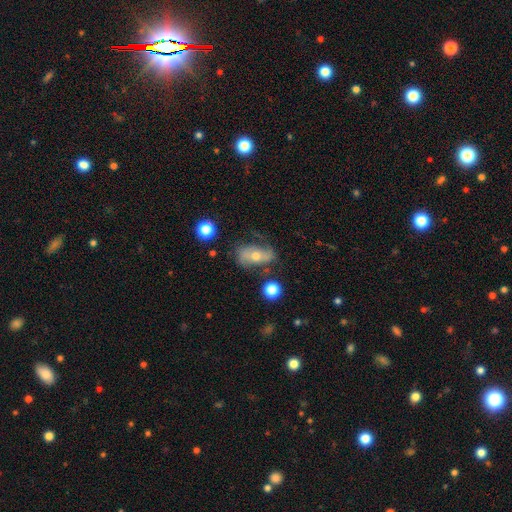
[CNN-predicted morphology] smooth-or-featured: featured or disk: 56% | smooth: 34% | star or artifact: 10%
  disk-edge-on: no: 88% | yes: 12%
  merging: none: 56% | minor disturbance: 26% | major disturbance: 15% | merger: 4%